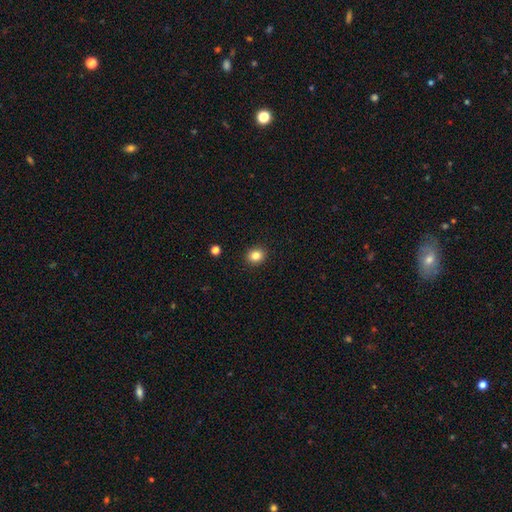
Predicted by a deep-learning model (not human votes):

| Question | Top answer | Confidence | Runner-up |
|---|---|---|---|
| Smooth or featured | smooth | 83% | star or artifact (11%) |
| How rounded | round | 71% | in between (28%) |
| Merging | none | 92% | minor disturbance (6%) |